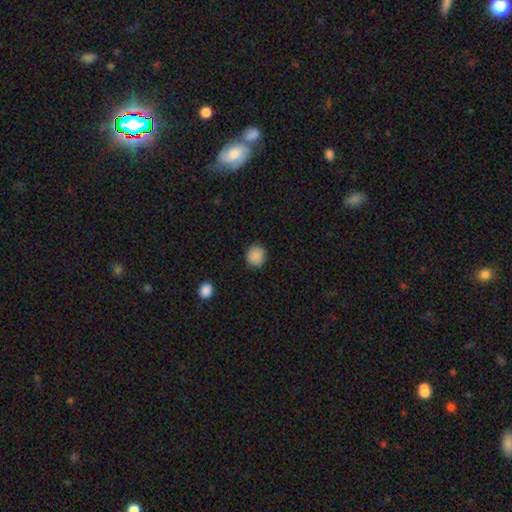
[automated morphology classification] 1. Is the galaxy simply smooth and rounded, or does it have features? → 89% smooth, 8% star or artifact, 3% featured or disk.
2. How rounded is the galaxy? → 90% round, 9% in between, 1% cigar-shaped.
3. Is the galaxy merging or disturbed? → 90% none, 7% minor disturbance, 2% major disturbance, 1% merger.